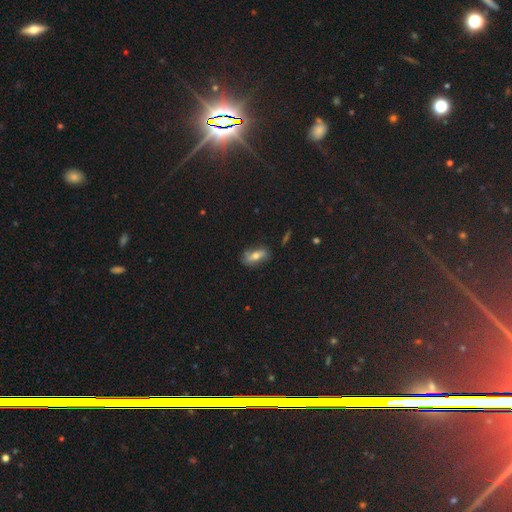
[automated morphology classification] smooth-or-featured: smooth: 52% | featured or disk: 34% | star or artifact: 13%
  how-rounded: in between: 73% | cigar-shaped: 21% | round: 6%
  merging: none: 73% | minor disturbance: 19% | major disturbance: 5% | merger: 2%